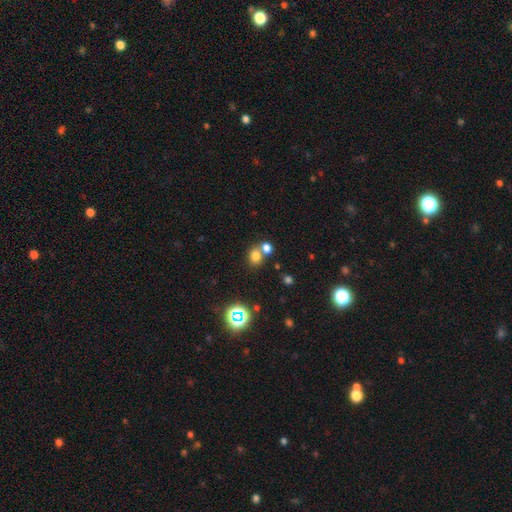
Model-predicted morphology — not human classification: This appears to be a smooth galaxy with no disk features (74%) that is round (67%). Merging: none (49%).